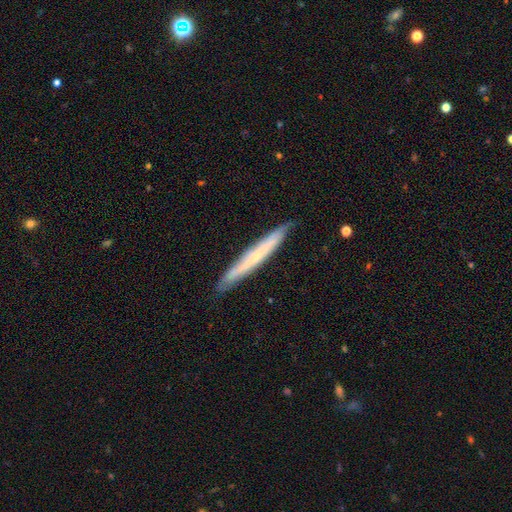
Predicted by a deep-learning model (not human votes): A featured or disk galaxy (53%) viewed edge-on (90%).

Vote fractions:
- Smooth or featured? featured or disk: 53% / smooth: 41% / star or artifact: 6%
- Edge-on disk? yes: 90% / no: 10%
- Merging? none: 87% / minor disturbance: 10% / major disturbance: 2% / merger: 1%